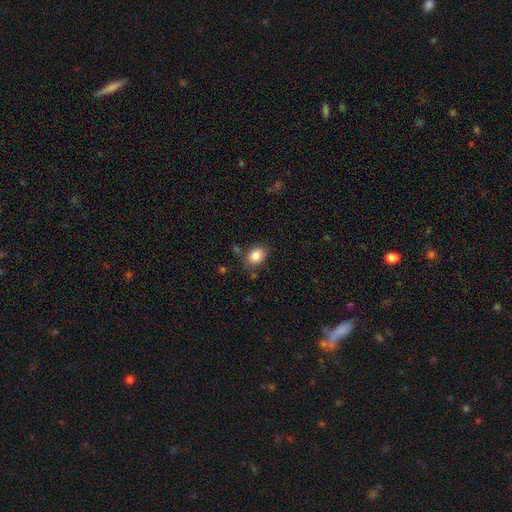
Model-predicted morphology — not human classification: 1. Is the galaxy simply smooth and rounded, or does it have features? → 85% smooth, 9% star or artifact, 6% featured or disk.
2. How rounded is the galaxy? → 57% in between, 42% round, 1% cigar-shaped.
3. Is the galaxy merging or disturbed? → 79% none, 13% minor disturbance, 4% merger, 4% major disturbance.